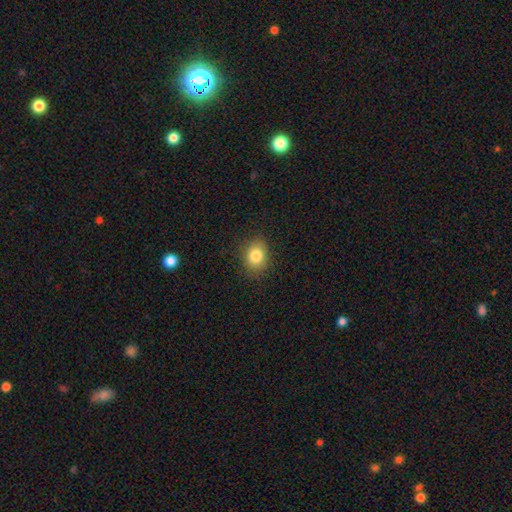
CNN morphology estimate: Smooth or featured? smooth (82%)
How rounded? round (51%)
Merging? none (86%)